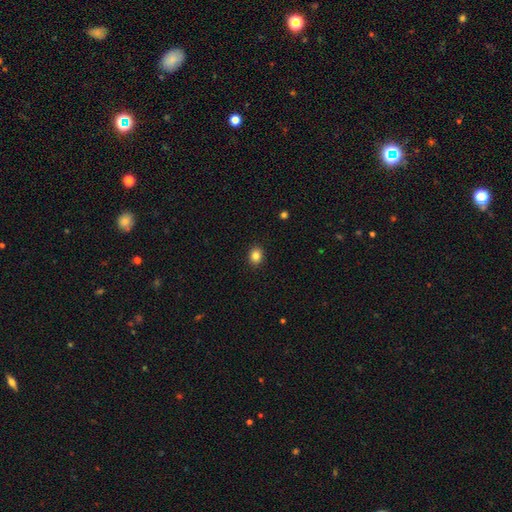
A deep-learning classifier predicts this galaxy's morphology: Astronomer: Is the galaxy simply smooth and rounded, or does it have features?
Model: smooth — 84%.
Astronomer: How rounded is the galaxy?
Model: round — 58% (runner-up: in between, 41%).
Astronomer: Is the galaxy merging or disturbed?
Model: none — 91%.